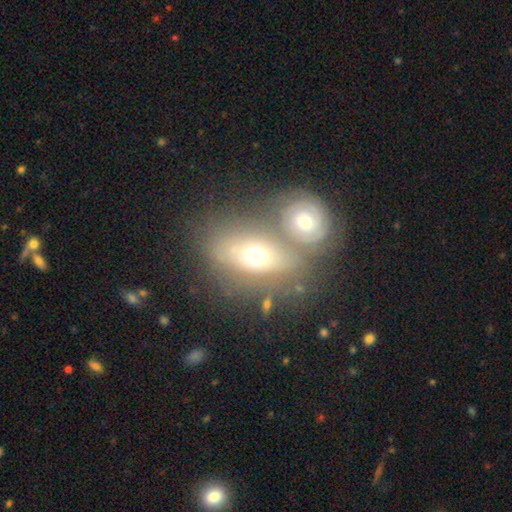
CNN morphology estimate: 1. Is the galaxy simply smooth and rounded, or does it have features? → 49% smooth, 42% featured or disk, 10% star or artifact.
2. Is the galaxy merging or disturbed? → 50% merger, 34% none, 11% minor disturbance, 5% major disturbance.